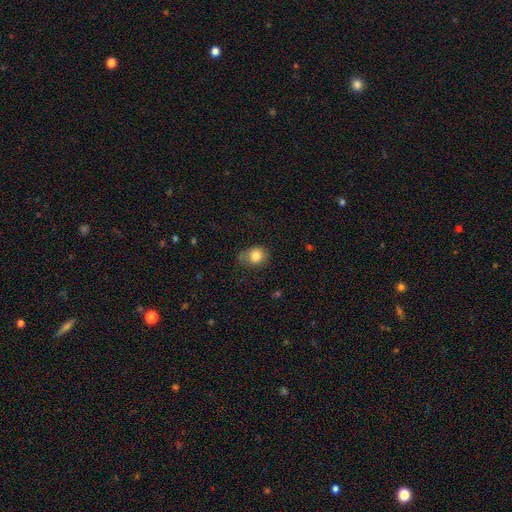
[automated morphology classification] This appears to be a smooth galaxy with no disk features (82%) that is round (61%). Merging: none (52%).